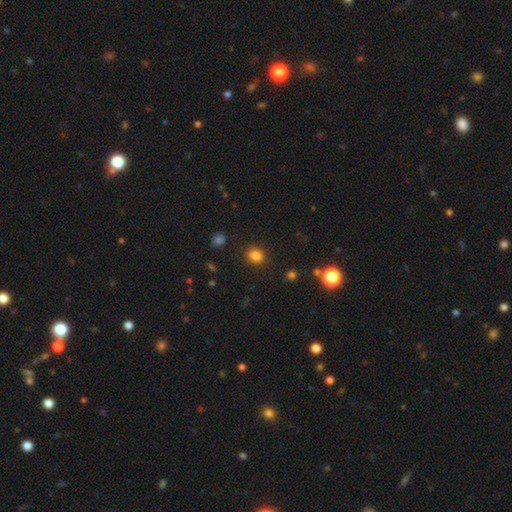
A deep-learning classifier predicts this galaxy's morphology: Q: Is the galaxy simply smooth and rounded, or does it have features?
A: smooth — 82%.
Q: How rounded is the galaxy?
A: round — 68%.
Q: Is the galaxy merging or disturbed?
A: none — 86%.